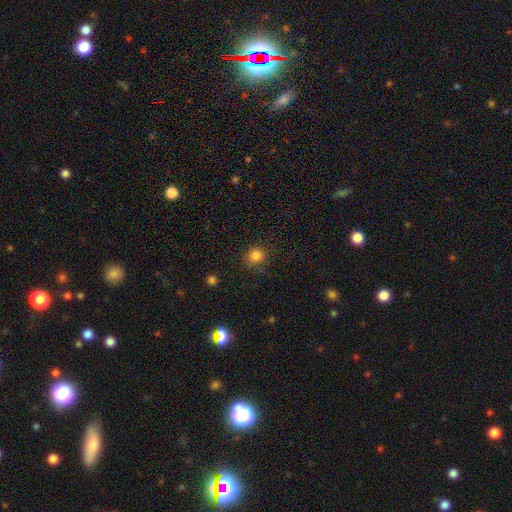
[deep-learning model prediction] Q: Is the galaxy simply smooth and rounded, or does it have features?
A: smooth — 84%.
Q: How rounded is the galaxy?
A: round — 88%.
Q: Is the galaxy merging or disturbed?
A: none — 84%.